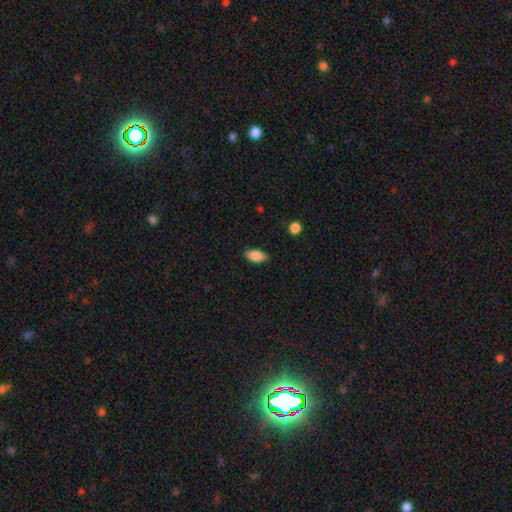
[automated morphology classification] Smooth or featured? Predicted: smooth (p=0.87). How rounded? Predicted: in between (p=0.91). Merging? Predicted: none (p=0.86).